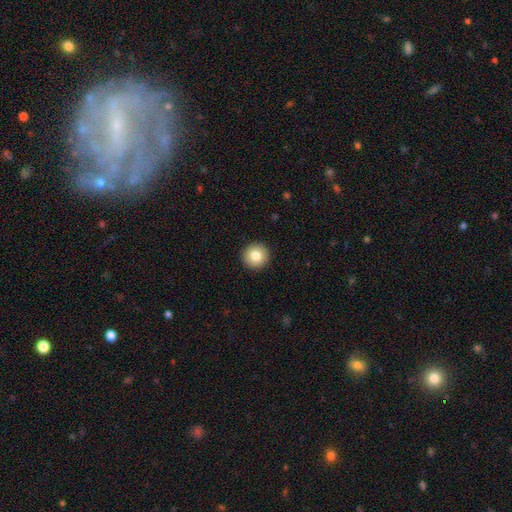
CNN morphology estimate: type=smooth (81%); roundness=round (95%); merging=none (93%).